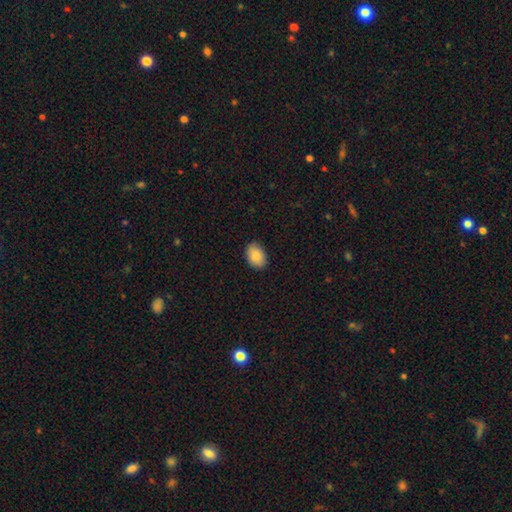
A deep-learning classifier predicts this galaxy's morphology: smooth_or_featured: smooth (p=0.87) [alt: star or artifact p=0.07]
how_rounded: in between (p=0.83) [alt: round p=0.16]
merging: none (p=0.87) [alt: minor disturbance p=0.10]